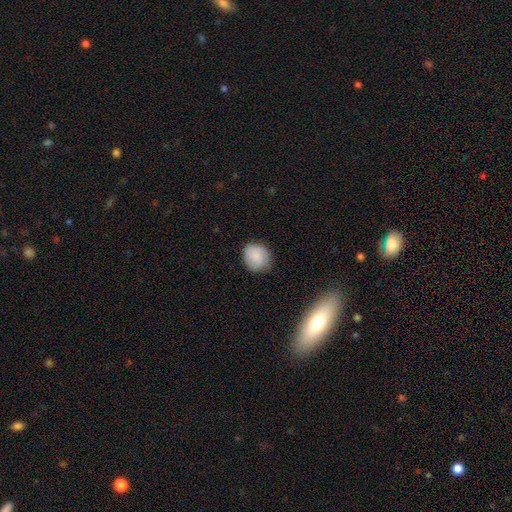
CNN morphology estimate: type=smooth (83%); roundness=round (75%); merging=none (79%).